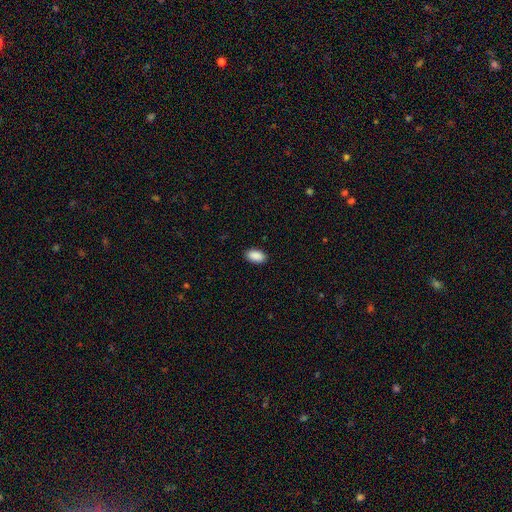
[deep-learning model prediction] Morphology: type=smooth (91%); roundness=in between (94%); merging=none (90%).